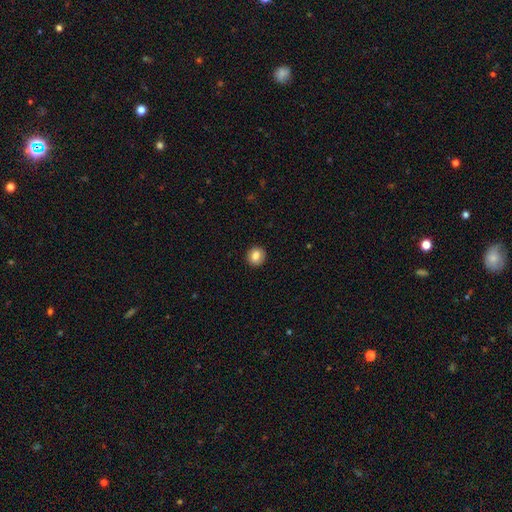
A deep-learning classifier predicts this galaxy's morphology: smooth_or_featured: smooth (p=0.83) [alt: star or artifact p=0.09]
how_rounded: round (p=0.85) [alt: in between p=0.14]
merging: none (p=0.92) [alt: minor disturbance p=0.06]